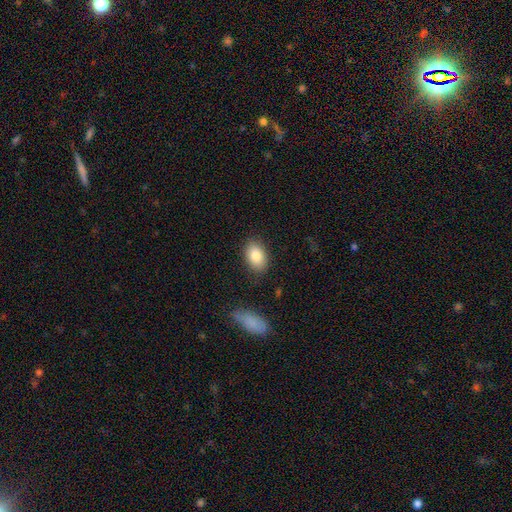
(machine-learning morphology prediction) Q: Smooth or featured?
A: smooth (84%); runner-up: featured or disk (9%)
Q: How rounded?
A: in between (86%); runner-up: round (12%)
Q: Merging?
A: none (85%); runner-up: minor disturbance (11%)